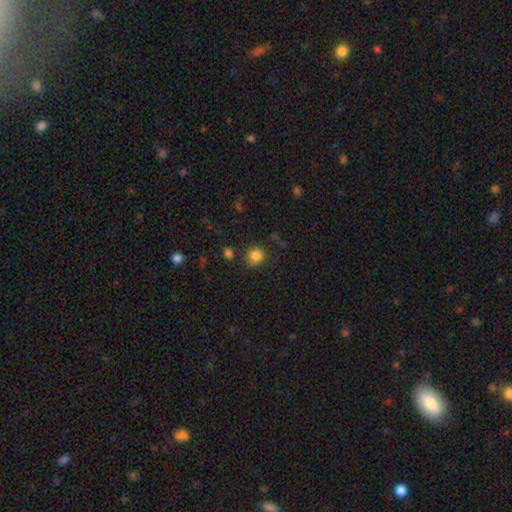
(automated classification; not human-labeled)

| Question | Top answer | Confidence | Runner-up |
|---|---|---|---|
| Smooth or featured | smooth | 84% | star or artifact (12%) |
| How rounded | round | 88% | in between (11%) |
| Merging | none | 81% | minor disturbance (12%) |